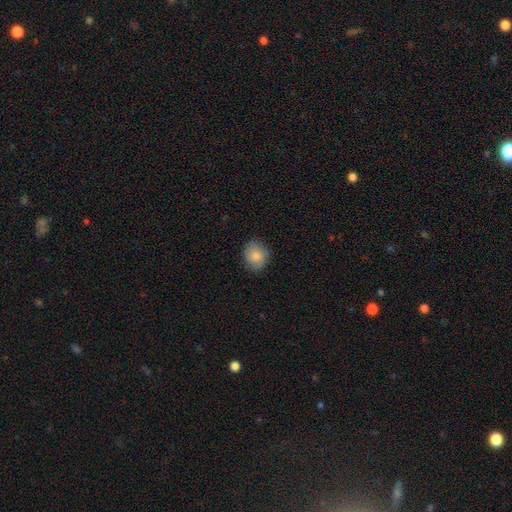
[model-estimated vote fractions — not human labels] Smooth or featured: smooth — 84% (featured or disk — 9%)
How rounded: round — 67% (in between — 32%)
Merging: none — 81% (minor disturbance — 15%)